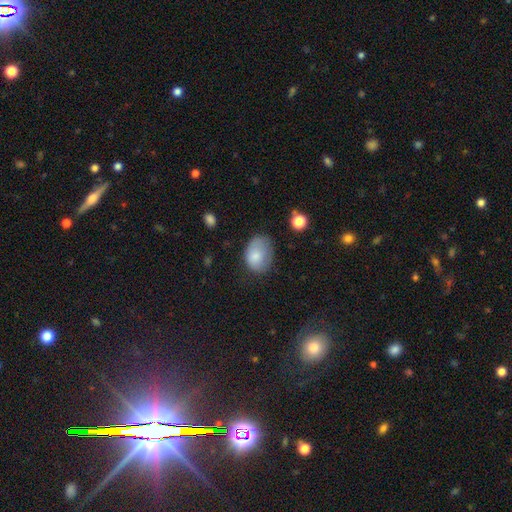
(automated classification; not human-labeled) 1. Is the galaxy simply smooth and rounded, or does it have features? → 79% smooth, 13% featured or disk, 8% star or artifact.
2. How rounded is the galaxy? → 75% in between, 24% round, 1% cigar-shaped.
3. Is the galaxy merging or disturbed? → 52% none, 33% minor disturbance, 13% major disturbance, 2% merger.